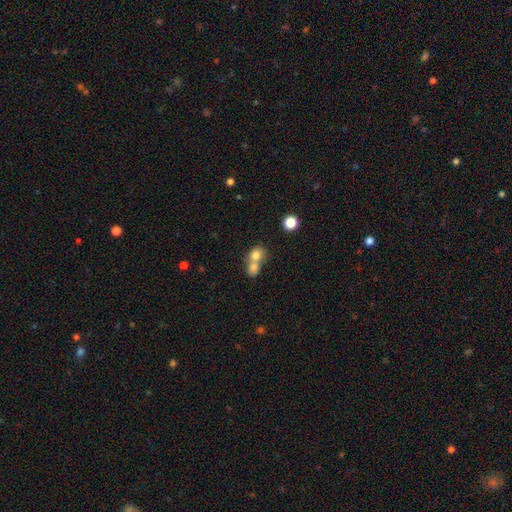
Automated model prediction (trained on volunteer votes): A smooth galaxy with no disk features (76%) that is round (68%). Merging: merger (66%).